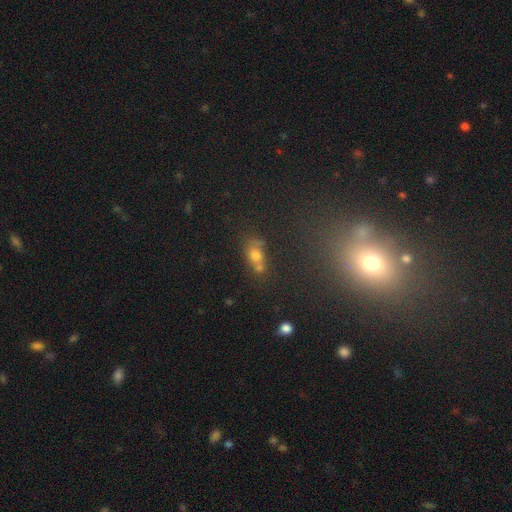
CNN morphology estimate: Smooth or featured? smooth (63%)
How rounded? in between (56%)
Merging? none (40%, tied with merger)